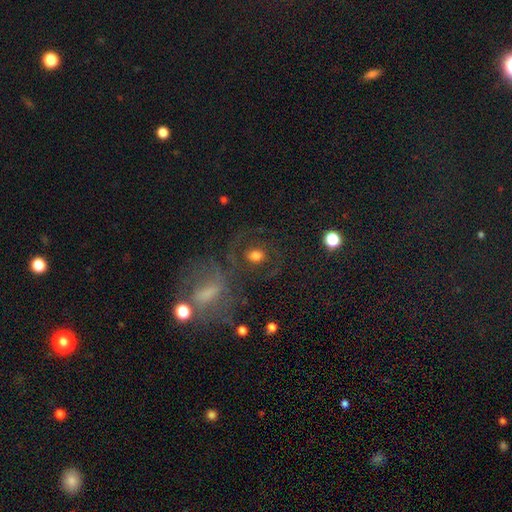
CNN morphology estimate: Q: Smooth or featured?
A: featured or disk (56%); runner-up: smooth (31%)
Q: Edge-on disk?
A: no (97%); runner-up: yes (3%)
Q: Bar?
A: no (59%); runner-up: weak (29%)
Q: Spiral arms?
A: yes (78%); runner-up: no (22%)
Q: Bulge size?
A: moderate (57%); runner-up: large (21%)
Q: Merging?
A: none (71%); runner-up: minor disturbance (13%)